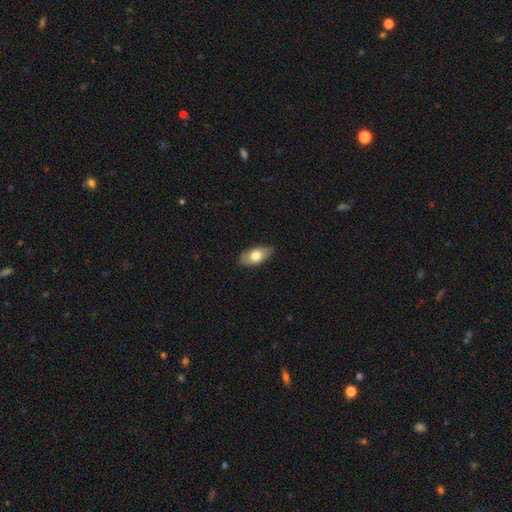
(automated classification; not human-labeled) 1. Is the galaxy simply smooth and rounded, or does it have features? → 70% smooth, 24% featured or disk, 6% star or artifact.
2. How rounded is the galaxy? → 91% in between, 5% cigar-shaped, 4% round.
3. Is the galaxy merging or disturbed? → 78% none, 18% minor disturbance, 3% major disturbance, 1% merger.